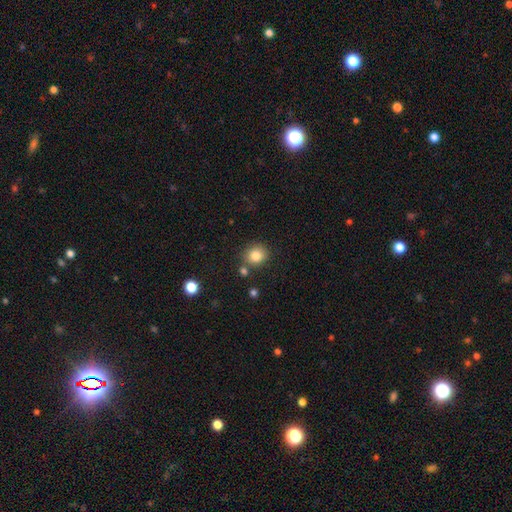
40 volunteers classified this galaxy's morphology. Volunteers were most divided on "merging": none: 77%, minor disturbance: 17%, merger: 6%, major disturbance: 0%. More confident: how rounded — round (94%); smooth or featured — smooth (88%).